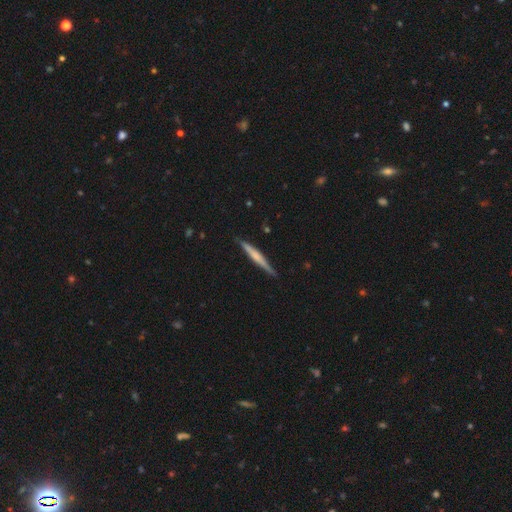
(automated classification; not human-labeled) Smooth or featured?
  - featured or disk: 55% *
  - smooth: 40%
  - star or artifact: 5%
Edge-on disk?
  - yes: 97% *
  - no: 3%
Edge-on bulge?
  - none: 41% *
  - rounded: 39%
  - boxy: 20%
Merging?
  - none: 88% *
  - minor disturbance: 9%
  - major disturbance: 2%
  - merger: 1%